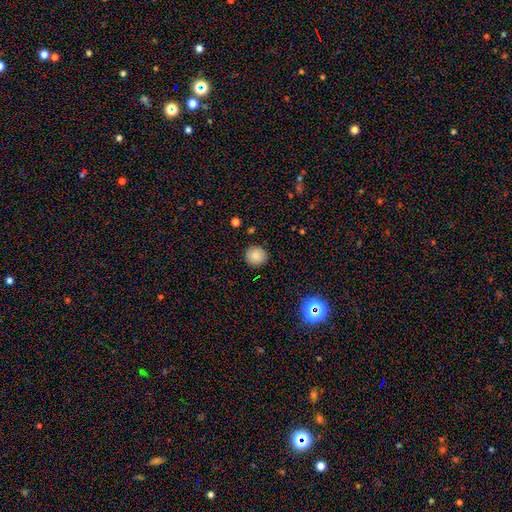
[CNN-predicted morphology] This appears to be a smooth galaxy with no disk features (84%) that is round (91%). Merging: none (90%).